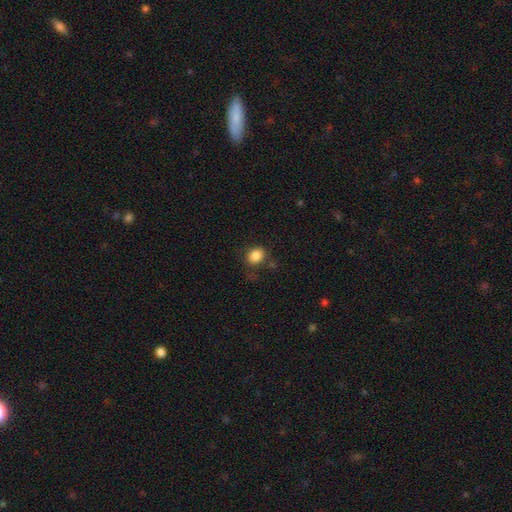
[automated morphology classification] type=smooth (85%); roundness=round (52%); merging=none (73%).